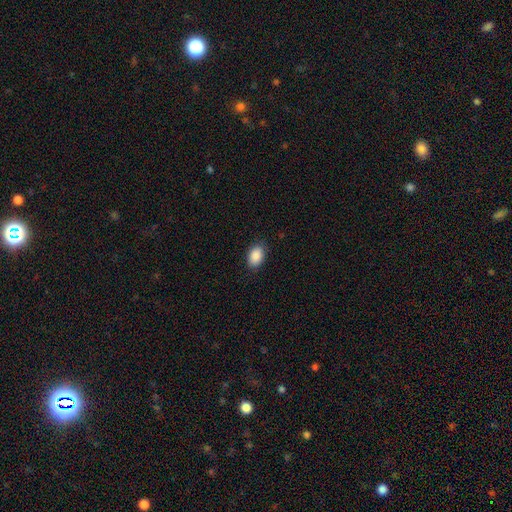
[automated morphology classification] smooth_or_featured: smooth (p=0.90) [alt: star or artifact p=0.07]
how_rounded: in between (p=0.88) [alt: round p=0.11]
merging: none (p=0.86) [alt: minor disturbance p=0.11]